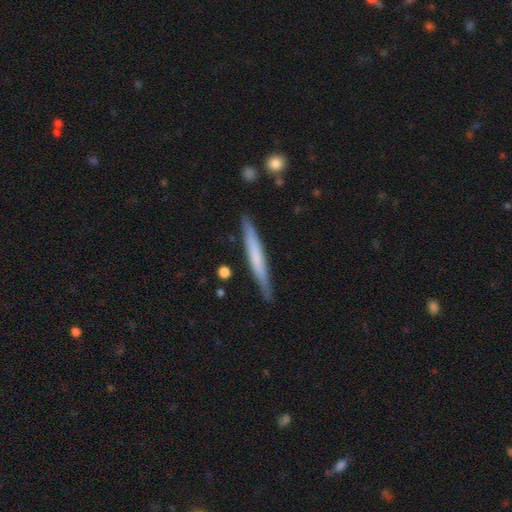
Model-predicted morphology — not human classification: Q: Smooth or featured?
A: smooth (54%); runner-up: featured or disk (40%)
Q: How rounded?
A: cigar-shaped (96%); runner-up: in between (3%)
Q: Merging?
A: none (87%); runner-up: minor disturbance (9%)